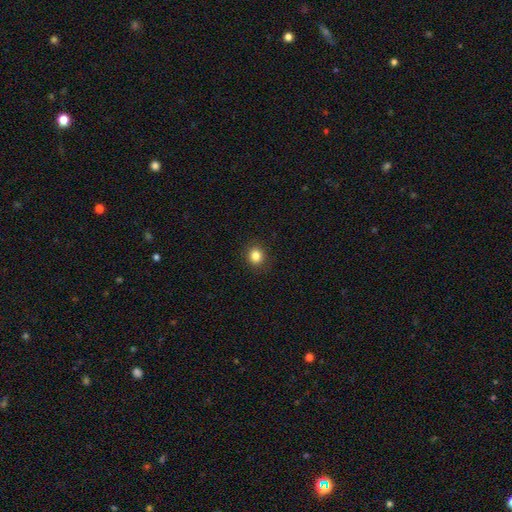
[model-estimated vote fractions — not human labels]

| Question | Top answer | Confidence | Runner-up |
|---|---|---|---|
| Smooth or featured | smooth | 84% | star or artifact (11%) |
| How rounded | round | 83% | in between (16%) |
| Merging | none | 91% | minor disturbance (6%) |